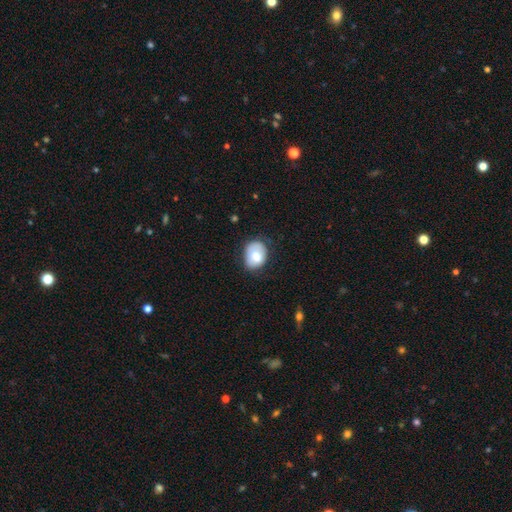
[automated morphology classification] Smooth or featured? Predicted: smooth (p=0.76). How rounded? Predicted: in between (p=0.62). Merging? Predicted: none (p=0.59).